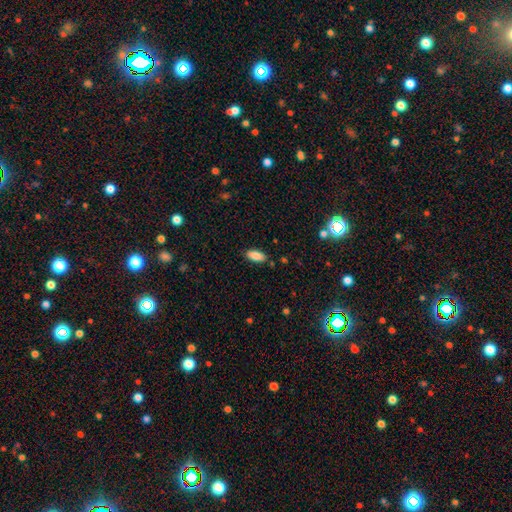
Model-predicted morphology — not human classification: Smooth or featured?
  - smooth: 86% *
  - star or artifact: 7%
  - featured or disk: 6%
How rounded?
  - in between: 88% *
  - cigar-shaped: 10%
  - round: 2%
Merging?
  - none: 85% *
  - minor disturbance: 11%
  - major disturbance: 2%
  - merger: 2%